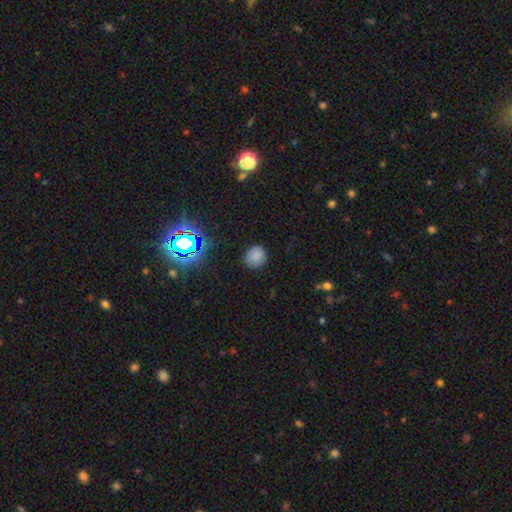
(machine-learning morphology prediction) A smooth galaxy with no disk features (79%) that is round (85%).

Vote fractions:
- Smooth or featured? smooth: 79% / star or artifact: 16% / featured or disk: 5%
- How rounded? round: 85% / in between: 14% / cigar-shaped: 1%
- Merging? none: 87% / minor disturbance: 9% / major disturbance: 3% / merger: 1%